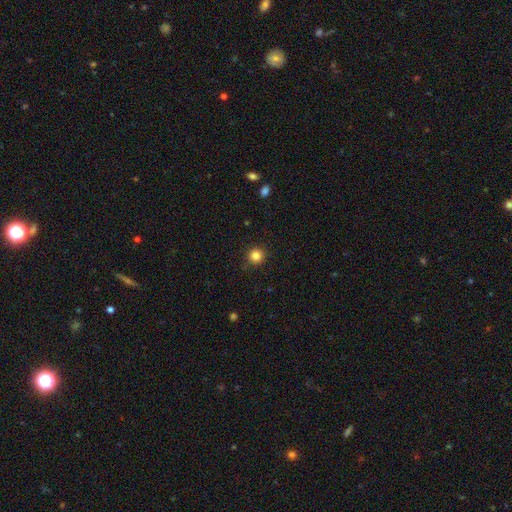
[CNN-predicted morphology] smooth_or_featured: smooth (p=0.84) [alt: star or artifact p=0.12]
how_rounded: round (p=0.95) [alt: in between p=0.04]
merging: none (p=0.91) [alt: minor disturbance p=0.06]